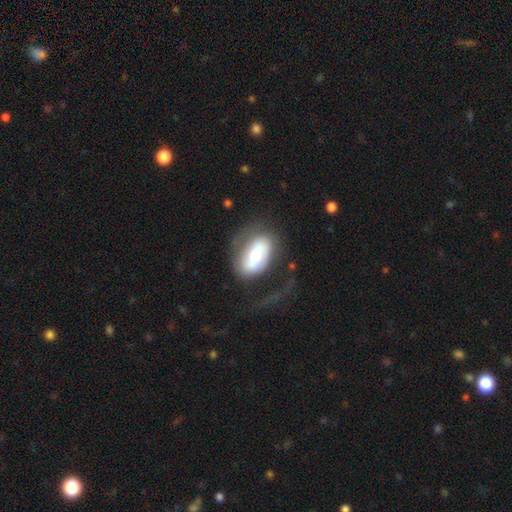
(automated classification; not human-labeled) Overall: featured or disk (50%; smooth 44%). Merging: none (37%, tied with major disturbance).